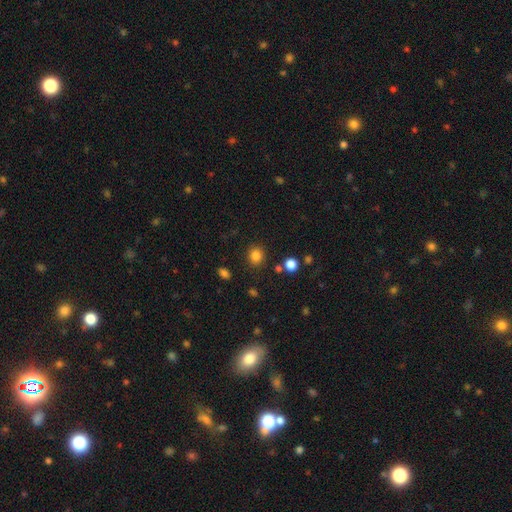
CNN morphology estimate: type=smooth (84%); roundness=round (81%); merging=none (86%).